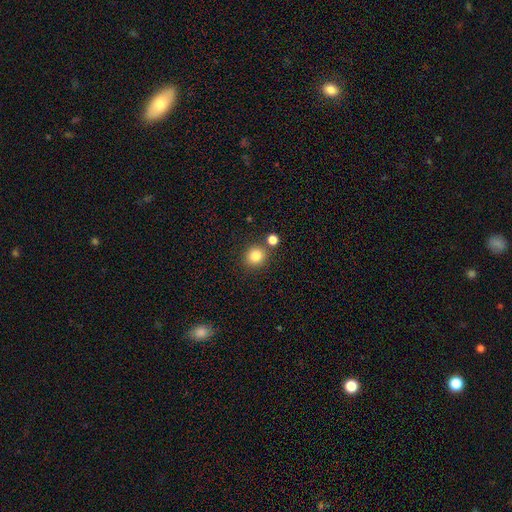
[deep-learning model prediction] Morphology: type=smooth (82%); roundness=round (85%); merging=none (80%).